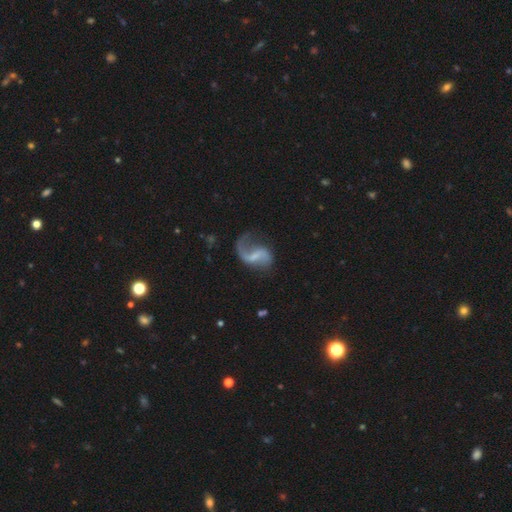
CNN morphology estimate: Smooth or featured?
  - featured or disk: 81% *
  - smooth: 12%
  - star or artifact: 6%
Edge-on disk?
  - no: 98% *
  - yes: 2%
Bar?
  - weak: 49% *
  - strong: 27%
  - no: 24%
Spiral arms?
  - yes: 92% *
  - no: 8%
Spiral winding?
  - loose: 76% *
  - medium: 20%
  - tight: 4%
Spiral arm count?
  - 2: 64% *
  - 1: 31%
  - can't tell: 2%
  - 3: 1%
  - 4: 1%
  - more than 4: 1%
Bulge size?
  - none: 49% *
  - small: 32%
  - moderate: 15%
  - large: 3%
  - dominant: 1%
Merging?
  - none: 47% *
  - major disturbance: 30%
  - minor disturbance: 19%
  - merger: 3%